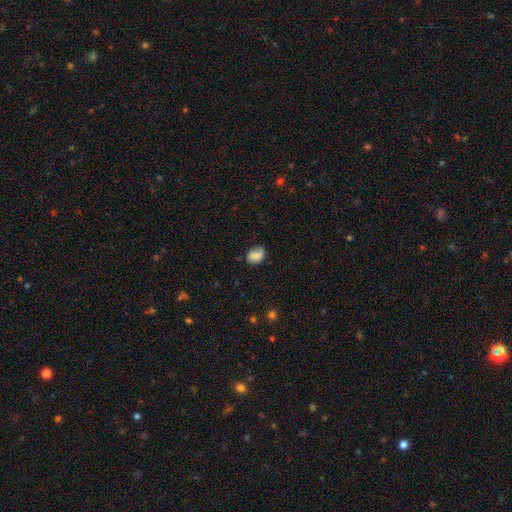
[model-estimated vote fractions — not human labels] The model was most divided on "merging": none: 62%, minor disturbance: 27%, major disturbance: 9%, merger: 2%. More confident: smooth or featured — smooth (73%); how rounded — in between (70%).